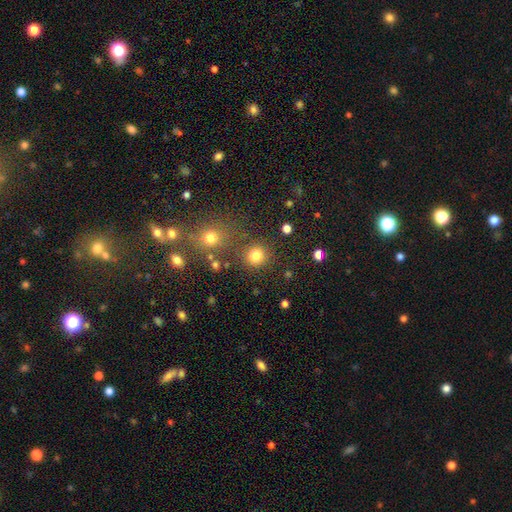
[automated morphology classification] This appears to be a smooth galaxy with no disk features (80%) that is round (92%). Merging: none (81%).